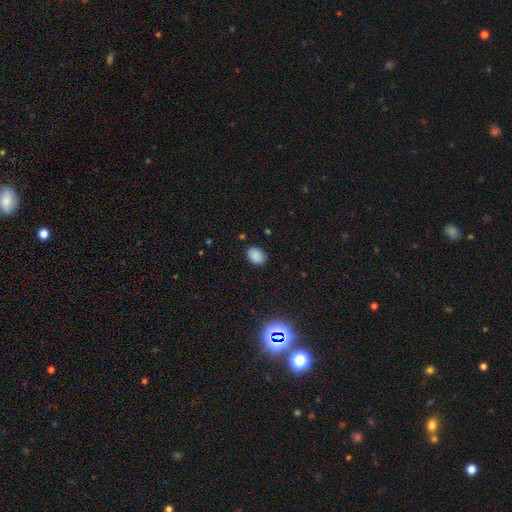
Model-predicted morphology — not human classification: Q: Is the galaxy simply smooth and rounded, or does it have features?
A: smooth — 85%.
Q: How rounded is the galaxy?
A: in between — 75%.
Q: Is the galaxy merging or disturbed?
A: none — 86%.